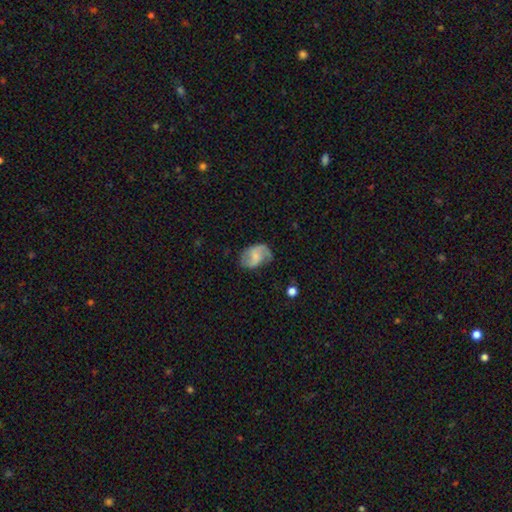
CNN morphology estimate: featured or disk 60%, smooth 33%, star or artifact 7%. Down the decision tree: edge-on disk — no (98%); bar — no (47%); spiral arms — yes (87%); spiral arm count — 2 (77%); spiral winding — loose (46%); bulge size — small (43%); merging — none (55%).